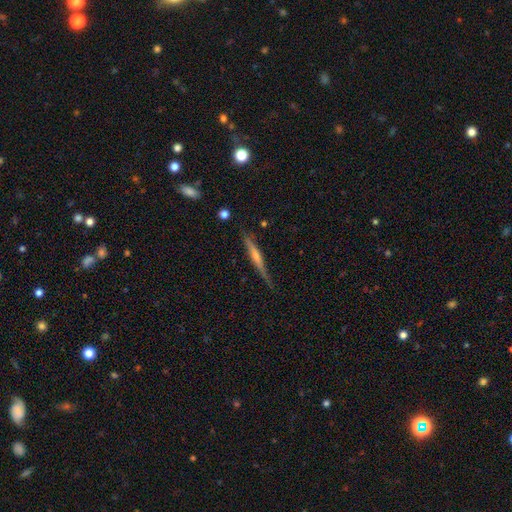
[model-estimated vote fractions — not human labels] smooth-or-featured: featured or disk: 66% | smooth: 28% | star or artifact: 7%
  disk-edge-on: yes: 96% | no: 4%
    edge-on-bulge: rounded: 64% | none: 28% | boxy: 9%
  merging: none: 76% | minor disturbance: 18% | major disturbance: 4% | merger: 2%